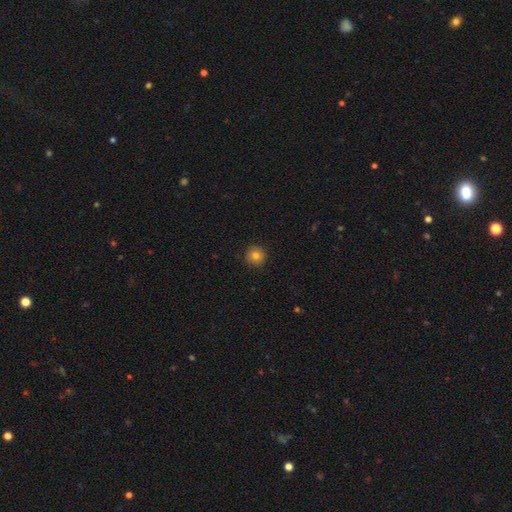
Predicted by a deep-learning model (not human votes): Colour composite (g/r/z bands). It shows a smooth galaxy with no disk features (81%) that is round (94%). Merging: none (91%).